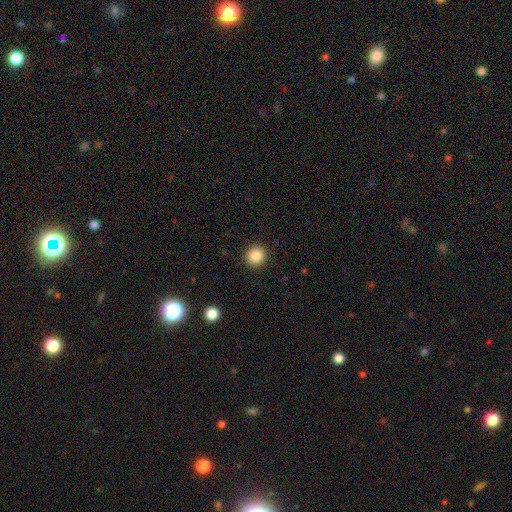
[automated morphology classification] Smooth or featured? smooth (86%)
How rounded? round (93%)
Merging? none (92%)